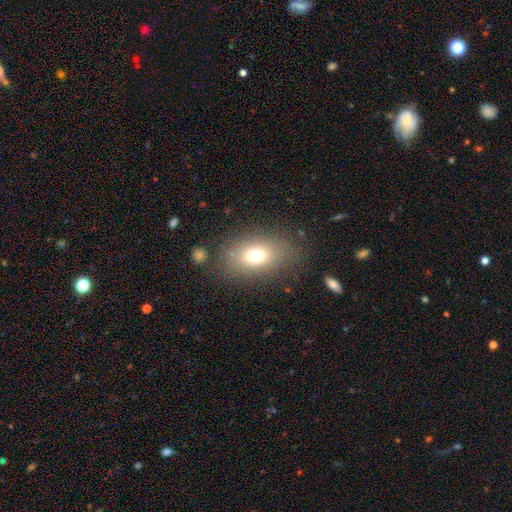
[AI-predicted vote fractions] Smooth or featured?
  - smooth: 71% *
  - featured or disk: 15%
  - star or artifact: 13%
How rounded?
  - in between: 75% *
  - round: 23%
  - cigar-shaped: 2%
Merging?
  - none: 76% *
  - minor disturbance: 13%
  - major disturbance: 7%
  - merger: 3%